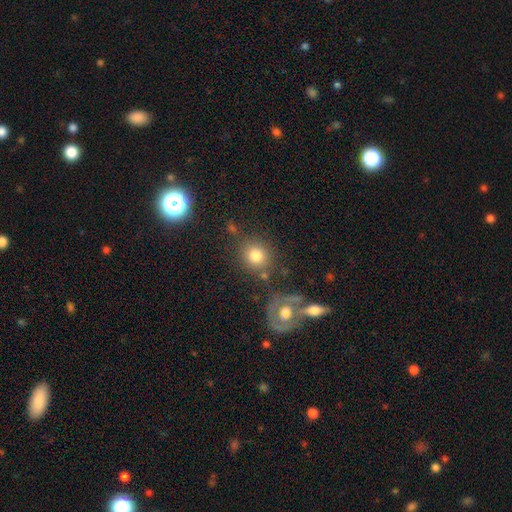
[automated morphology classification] type=smooth (79%); roundness=round (82%); merging=none (71%).